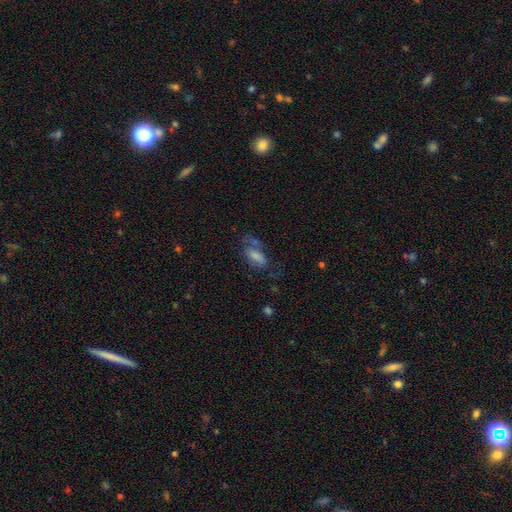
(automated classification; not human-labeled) Smooth or featured?
  - smooth: 64% *
  - featured or disk: 26%
  - star or artifact: 10%
How rounded?
  - in between: 87% *
  - cigar-shaped: 9%
  - round: 4%
Merging?
  - none: 41% *
  - major disturbance: 25%
  - minor disturbance: 25%
  - merger: 9%